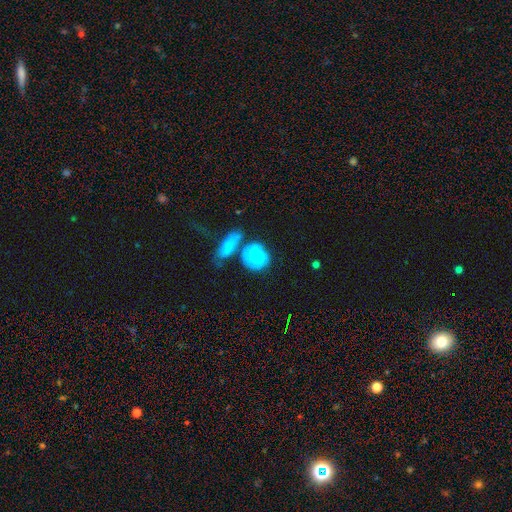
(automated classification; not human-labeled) Smooth or featured?
  - smooth: 53% *
  - featured or disk: 40%
  - star or artifact: 7%
How rounded?
  - round: 69% *
  - in between: 29%
  - cigar-shaped: 2%
Merging?
  - none: 40% *
  - merger: 37%
  - minor disturbance: 16%
  - major disturbance: 8%